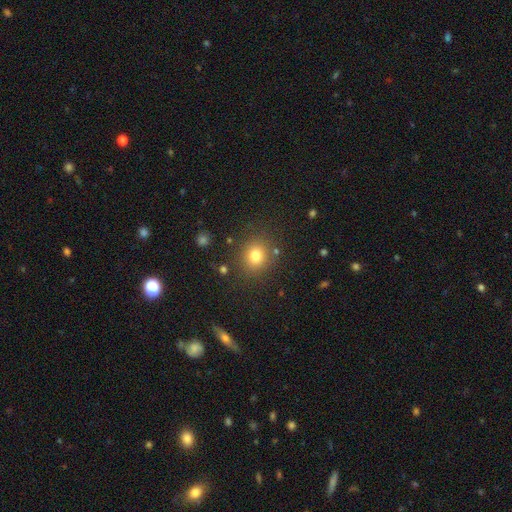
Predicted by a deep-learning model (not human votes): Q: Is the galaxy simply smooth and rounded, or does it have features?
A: smooth — 78%.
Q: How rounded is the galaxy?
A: round — 82%.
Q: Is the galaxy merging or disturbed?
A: none — 83%.